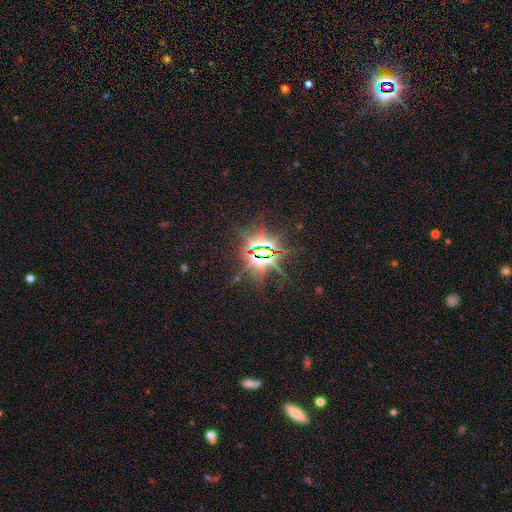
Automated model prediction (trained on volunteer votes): Morphology: type=star or artifact (82%).